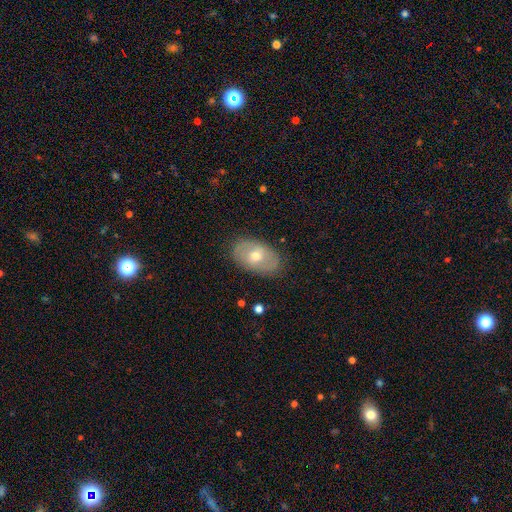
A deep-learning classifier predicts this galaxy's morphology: Q: Smooth or featured?
A: smooth (48%); runner-up: featured or disk (45%)
Q: Merging?
A: none (83%); runner-up: minor disturbance (13%)